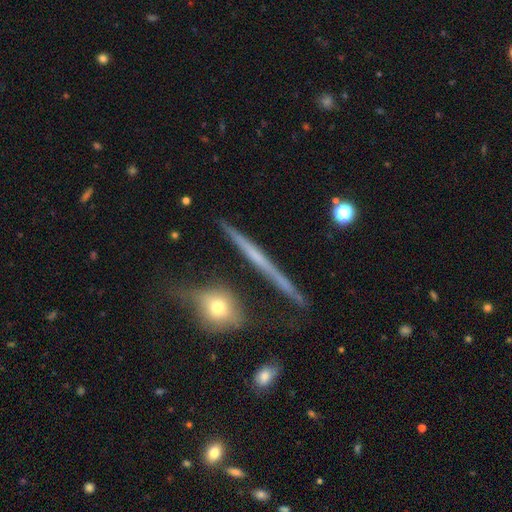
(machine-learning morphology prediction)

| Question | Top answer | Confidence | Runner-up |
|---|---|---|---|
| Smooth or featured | featured or disk | 64% | smooth (29%) |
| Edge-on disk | yes | 96% | no (4%) |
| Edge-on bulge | none | 84% | rounded (11%) |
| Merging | none | 85% | minor disturbance (11%) |